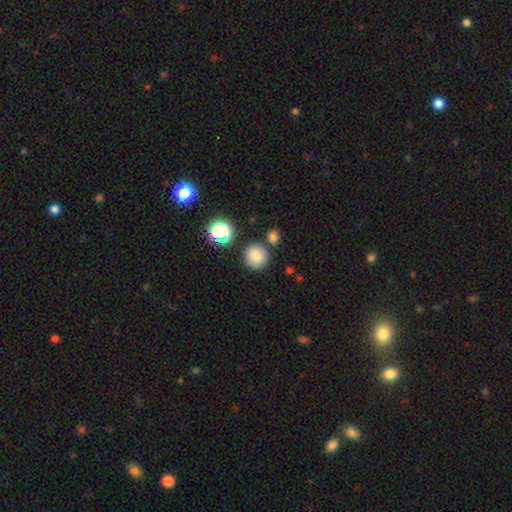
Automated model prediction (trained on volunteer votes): Q: Smooth or featured?
A: smooth (80%); runner-up: star or artifact (12%)
Q: How rounded?
A: round (92%); runner-up: in between (7%)
Q: Merging?
A: none (78%); runner-up: minor disturbance (10%)